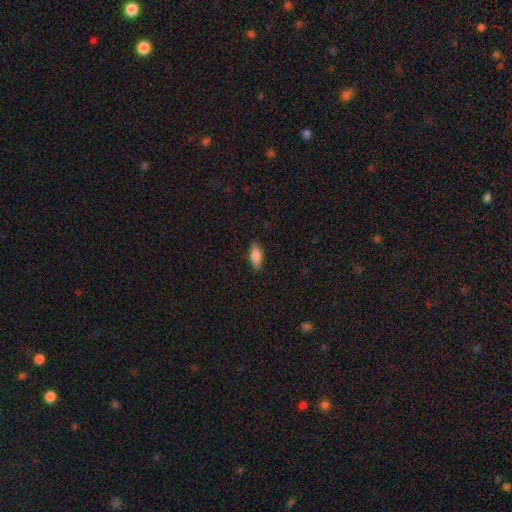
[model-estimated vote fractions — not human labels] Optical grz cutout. It shows a smooth galaxy with no disk features (82%) that is in between round and cigar-shaped (76%). Merging: none (85%).